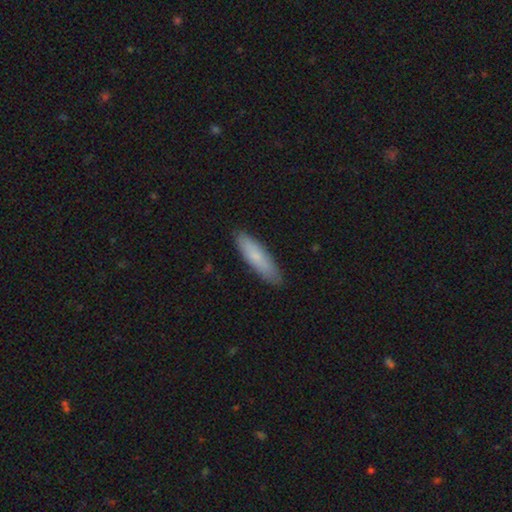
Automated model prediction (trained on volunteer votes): Smooth or featured: smooth — 78% (featured or disk — 16%)
How rounded: cigar-shaped — 71% (in between — 28%)
Merging: none — 88% (minor disturbance — 10%)